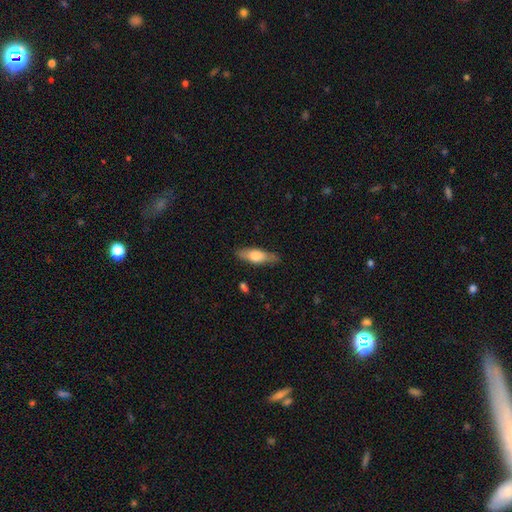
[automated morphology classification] Smooth or featured?
  - smooth: 64% *
  - featured or disk: 30%
  - star or artifact: 6%
How rounded?
  - in between: 58% *
  - cigar-shaped: 39%
  - round: 2%
Merging?
  - none: 81% *
  - minor disturbance: 14%
  - major disturbance: 3%
  - merger: 1%